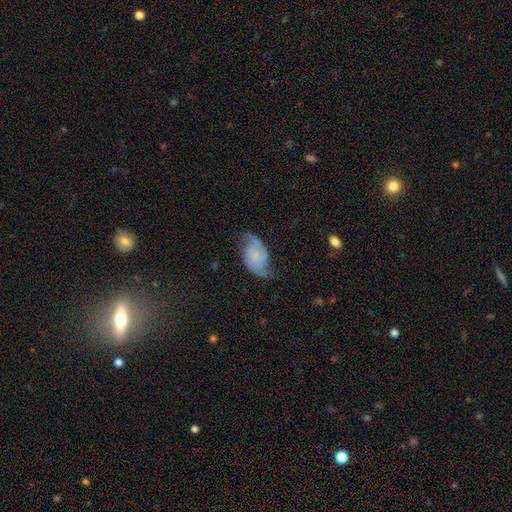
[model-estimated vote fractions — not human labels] A featured or disk galaxy (66%) with no bar (70%), 2 (89%) loose (47%) spiral arms (92%) and a small central bulge (41%). Merging: none (56%).